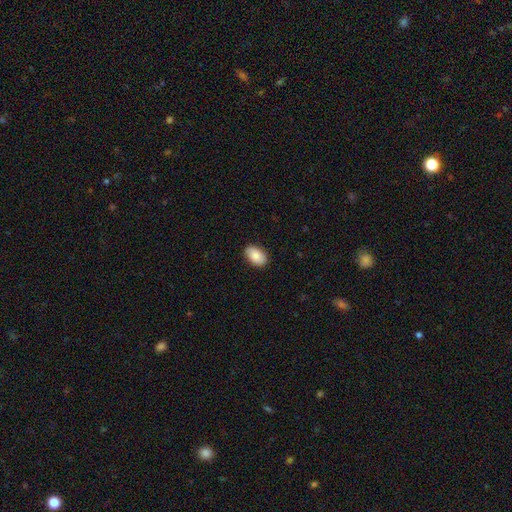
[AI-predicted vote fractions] This is clearly a smooth galaxy (86%). How rounded: clearly in between (91%). Merging: clearly none (87%).